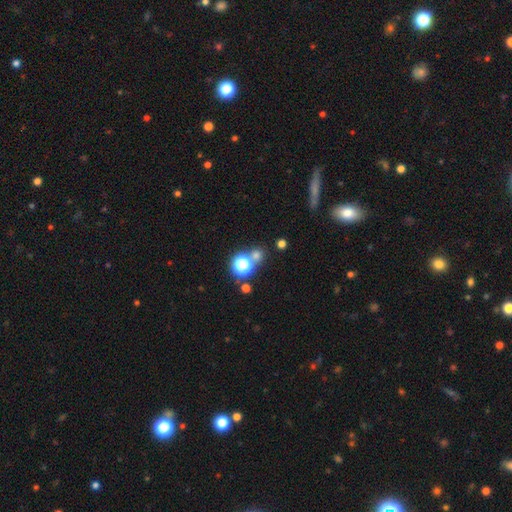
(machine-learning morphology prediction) smooth_or_featured: smooth (p=0.61) [alt: star or artifact p=0.32]
how_rounded: round (p=0.87) [alt: in between p=0.12]
merging: none (p=0.67) [alt: merger p=0.22]